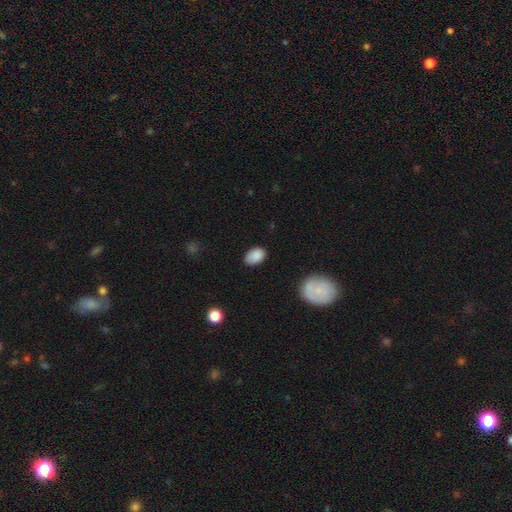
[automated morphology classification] smooth-or-featured: smooth: 87% | star or artifact: 8% | featured or disk: 5%
  how-rounded: in between: 87% | round: 12% | cigar-shaped: 1%
  merging: none: 78% | minor disturbance: 18% | major disturbance: 3% | merger: 2%